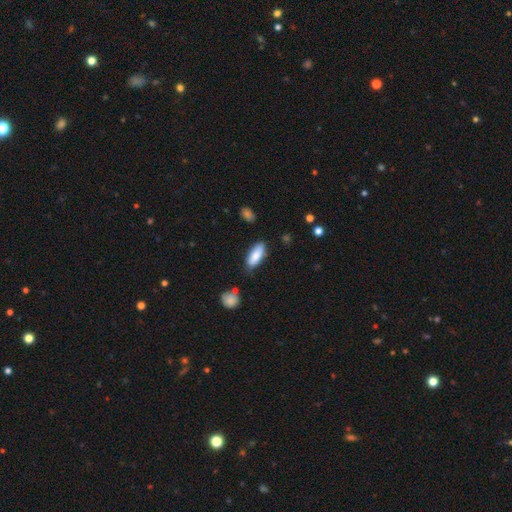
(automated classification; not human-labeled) Smooth or featured? smooth (84%)
How rounded? in between (76%)
Merging? none (75%)